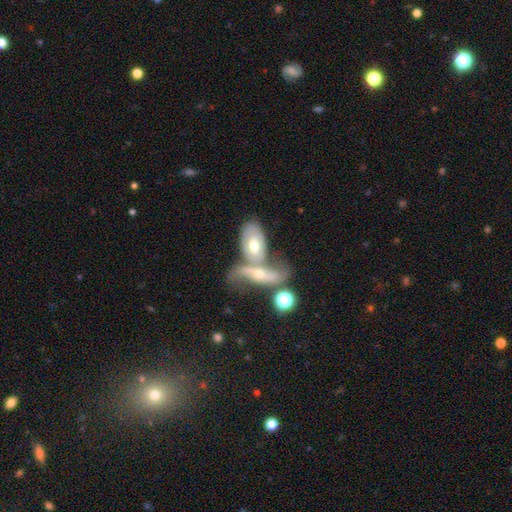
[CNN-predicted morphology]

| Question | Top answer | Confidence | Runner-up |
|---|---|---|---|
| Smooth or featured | featured or disk | 61% | smooth (27%) |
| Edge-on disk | no | 71% | yes (29%) |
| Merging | merger | 56% | none (27%) |